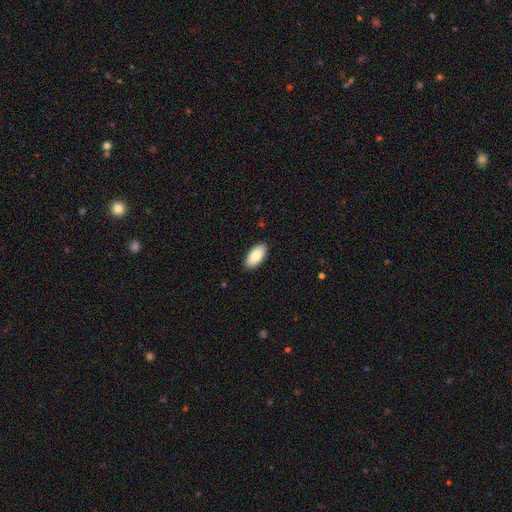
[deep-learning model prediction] smooth 84%, featured or disk 10%, star or artifact 6%. Down the decision tree: how rounded — in between (94%); merging — none (89%).